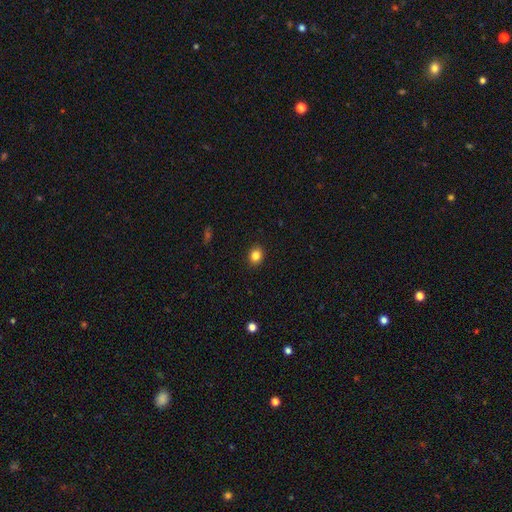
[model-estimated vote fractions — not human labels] Morphology: type=smooth (83%); roundness=round (65%); merging=none (91%).